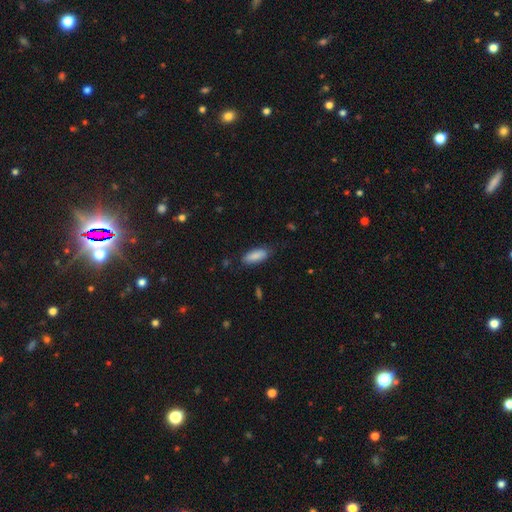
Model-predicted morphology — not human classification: Smooth or featured? smooth (87%)
How rounded? in between (78%)
Merging? none (80%)